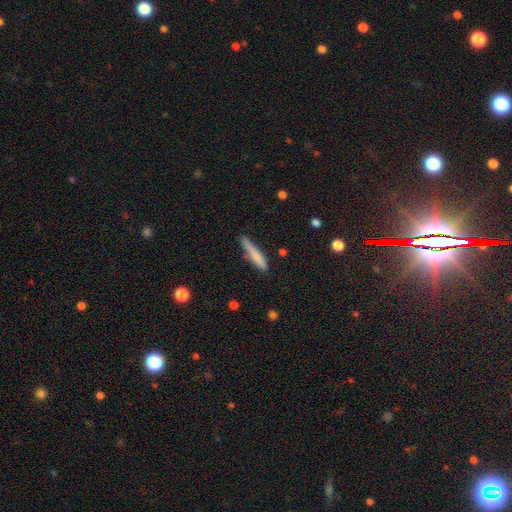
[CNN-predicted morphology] Smooth or featured? smooth (74%)
How rounded? cigar-shaped (92%)
Merging? none (70%)